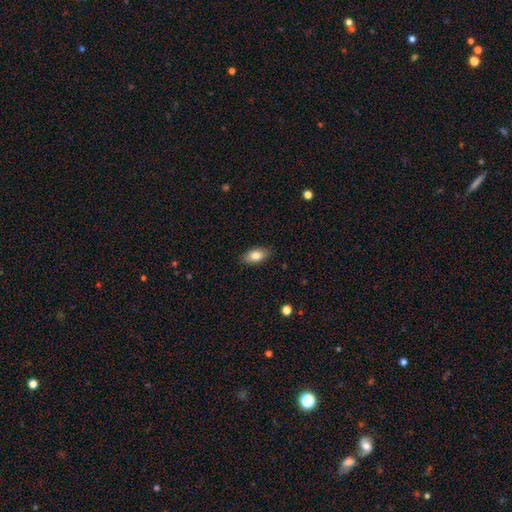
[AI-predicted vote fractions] Smooth or featured? smooth (83%)
How rounded? in between (90%)
Merging? none (87%)